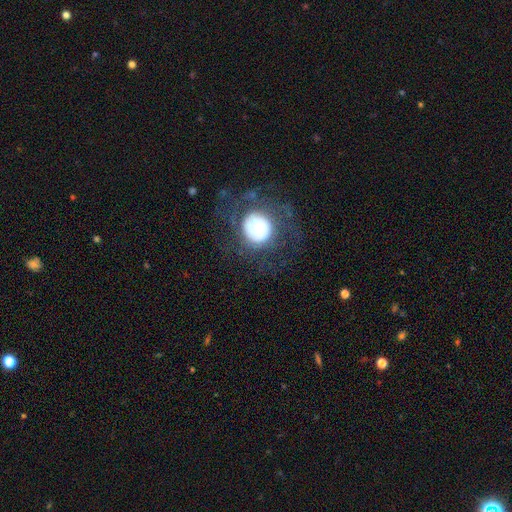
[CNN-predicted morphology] This is marginally a smooth galaxy (40%, tied with featured or disk). Merging: likely none (75%).